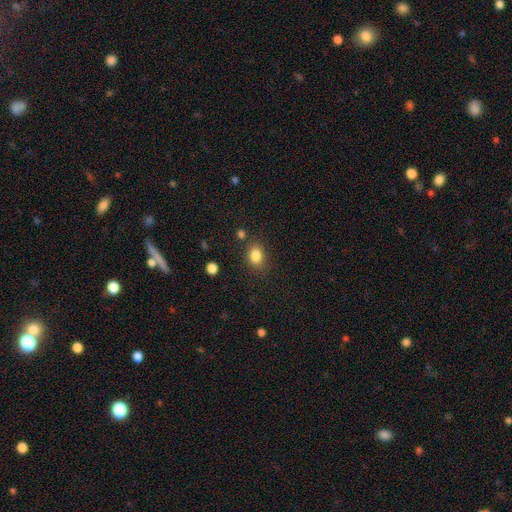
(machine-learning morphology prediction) Smooth or featured?
  - smooth: 84% *
  - star or artifact: 10%
  - featured or disk: 5%
How rounded?
  - in between: 67% *
  - round: 32%
  - cigar-shaped: 1%
Merging?
  - none: 79% *
  - minor disturbance: 13%
  - merger: 4%
  - major disturbance: 4%